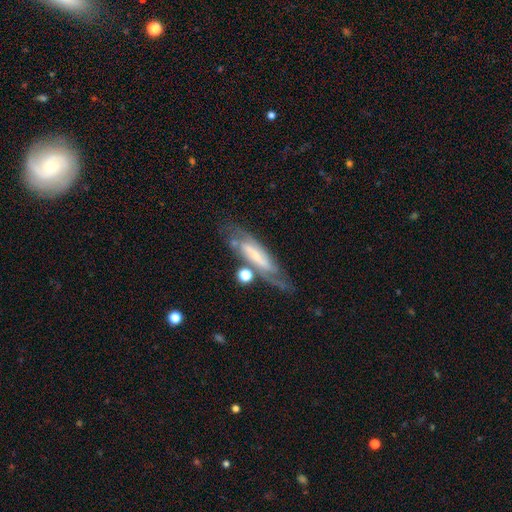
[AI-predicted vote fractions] Smooth or featured? Predicted: featured or disk (p=0.73). Edge-on disk? Predicted: no (p=0.75). Bar? Predicted: strong (p=0.37). Spiral arms? Predicted: yes (p=0.91). Bulge size? Predicted: small (p=0.55). Merging? Predicted: none (p=0.62).